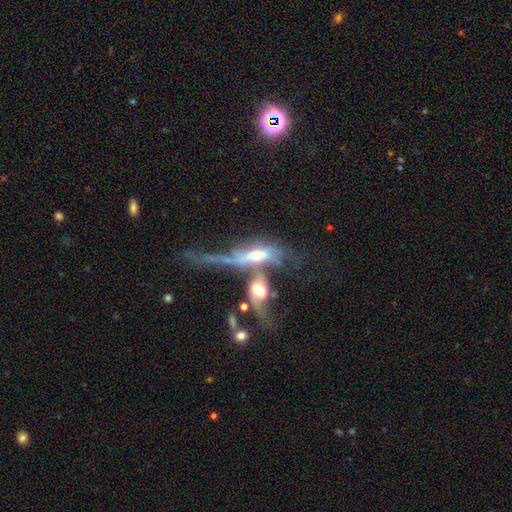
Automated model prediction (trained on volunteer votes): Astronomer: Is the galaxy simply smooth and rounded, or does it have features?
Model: featured or disk — 60%.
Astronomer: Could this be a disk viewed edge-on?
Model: no — 57% (runner-up: yes, 43%).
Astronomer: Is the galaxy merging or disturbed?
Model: merger — 62%.